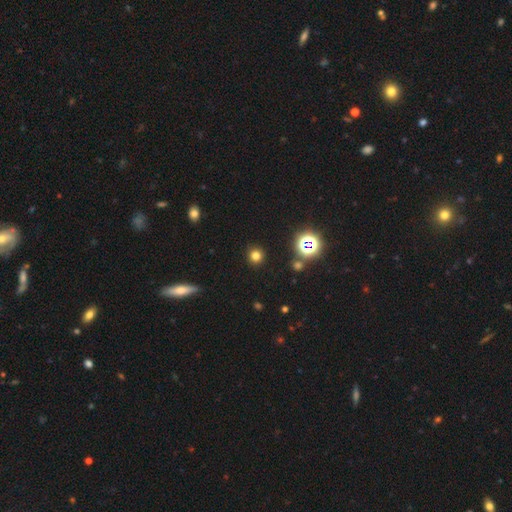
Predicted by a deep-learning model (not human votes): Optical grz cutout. It shows a smooth galaxy with no disk features (74%) that is round (94%). Merging: none (91%).